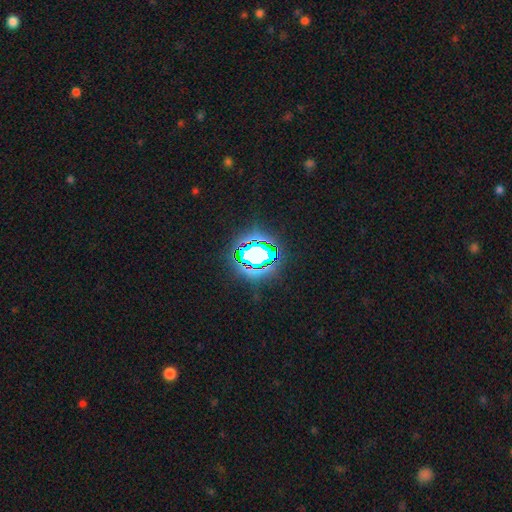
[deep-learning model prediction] smooth-or-featured: star or artifact: 66% | smooth: 21% | featured or disk: 14%